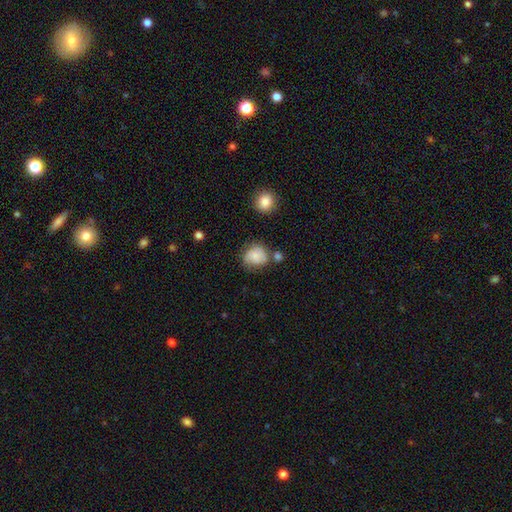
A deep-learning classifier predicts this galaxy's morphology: type=smooth (73%); roundness=round (72%); merging=none (55%).